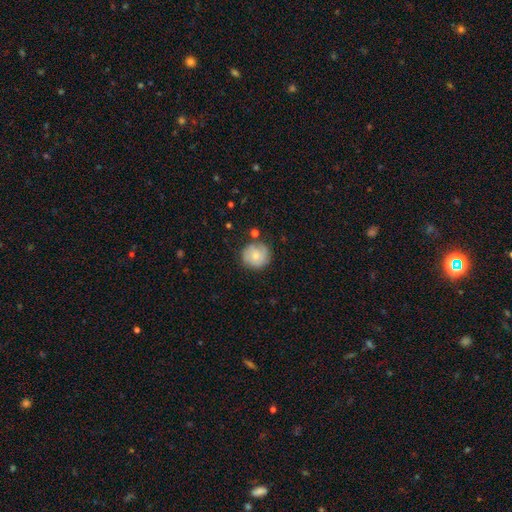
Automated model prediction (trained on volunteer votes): A smooth galaxy with no disk features (60%) that is round (91%).

Vote fractions:
- Smooth or featured? smooth: 60% / featured or disk: 33% / star or artifact: 7%
- How rounded? round: 91% / in between: 8% / cigar-shaped: 1%
- Merging? none: 74% / minor disturbance: 17% / major disturbance: 5% / merger: 4%